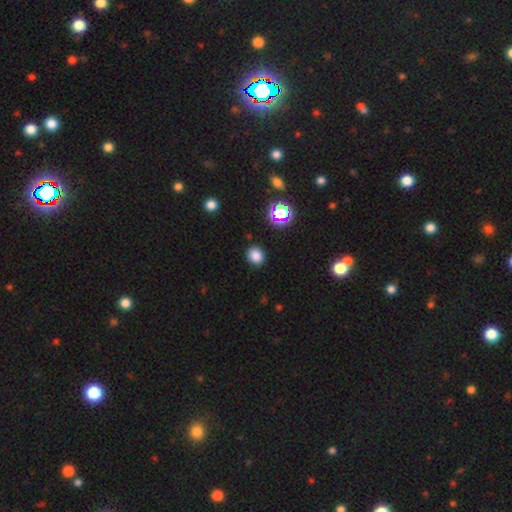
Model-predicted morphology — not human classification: smooth-or-featured: smooth: 79% | star or artifact: 16% | featured or disk: 5%
  how-rounded: round: 78% | in between: 21% | cigar-shaped: 1%
  merging: none: 89% | minor disturbance: 7% | major disturbance: 2% | merger: 1%